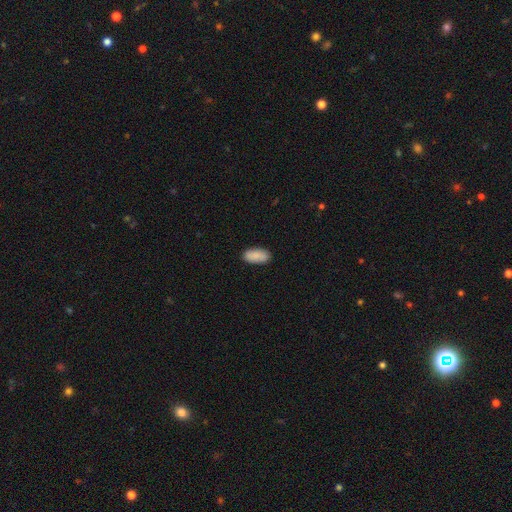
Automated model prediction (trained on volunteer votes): Morphology: type=smooth (88%); roundness=in between (91%); merging=none (87%).